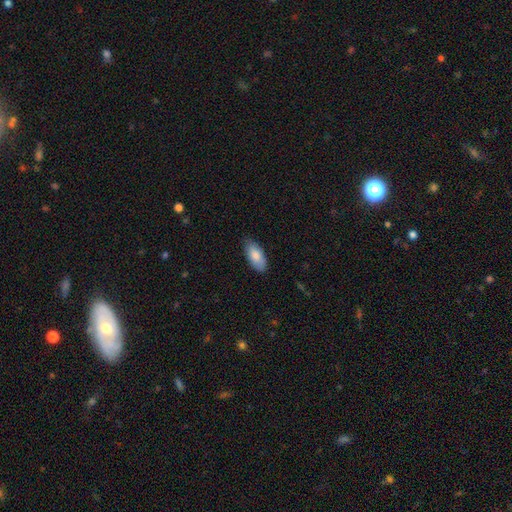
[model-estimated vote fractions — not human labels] This appears to be a smooth galaxy with no disk features (83%) that is in between round and cigar-shaped (90%). Merging: none (82%).